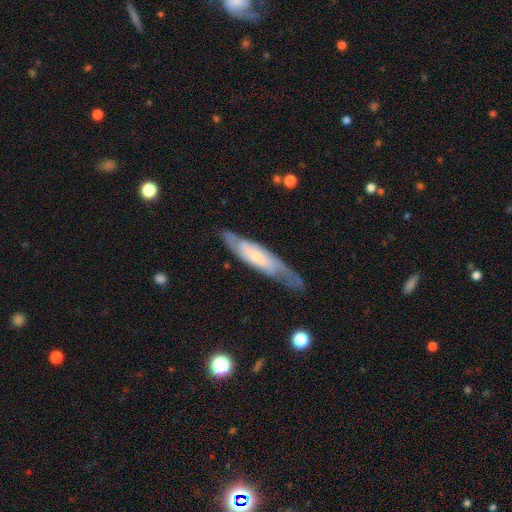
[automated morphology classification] featured or disk 72%, smooth 23%, star or artifact 5%. Down the decision tree: edge-on disk — no (69%); merging — none (73%).